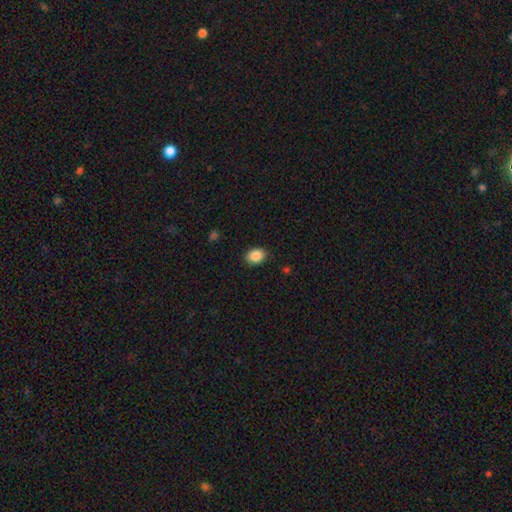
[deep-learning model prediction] Smooth or featured: smooth — 88% (star or artifact — 8%)
How rounded: in between — 67% (round — 32%)
Merging: none — 88% (minor disturbance — 9%)